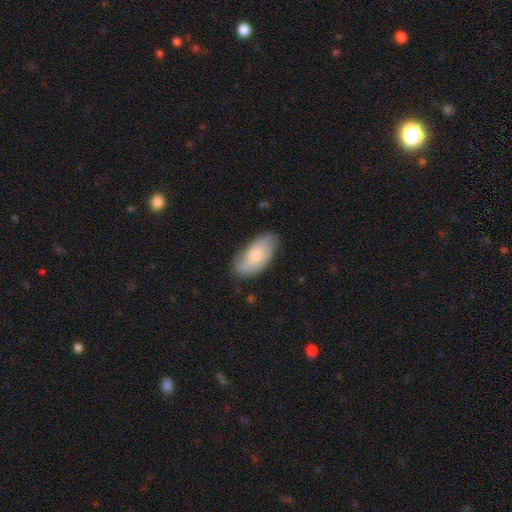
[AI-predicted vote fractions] Smooth or featured? smooth (62%)
How rounded? in between (93%)
Merging? none (75%)